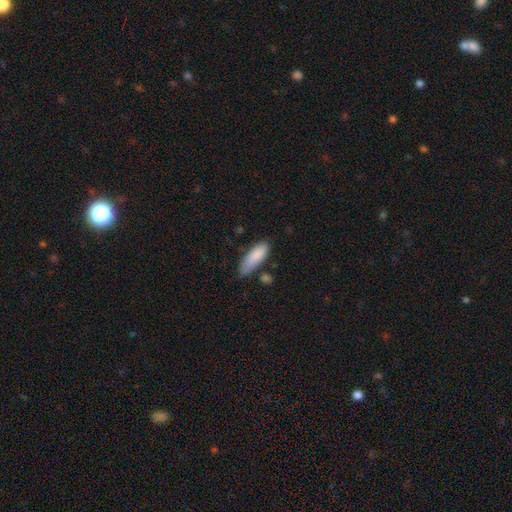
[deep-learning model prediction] Q: Smooth or featured?
A: smooth (86%); runner-up: featured or disk (8%)
Q: How rounded?
A: in between (62%); runner-up: cigar-shaped (37%)
Q: Merging?
A: none (60%); runner-up: minor disturbance (28%)